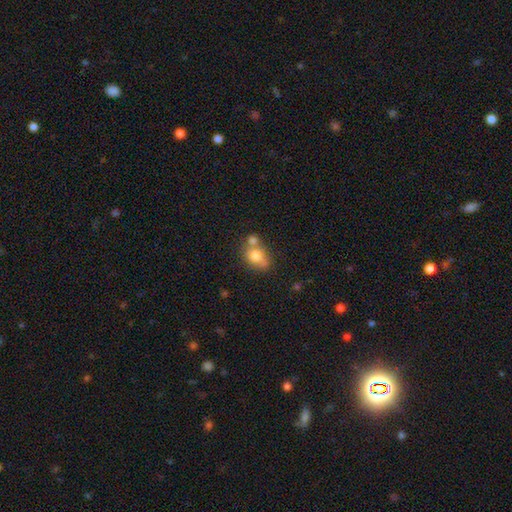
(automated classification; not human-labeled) The model was most divided on "merging": none: 43%, merger: 38%, minor disturbance: 14%, major disturbance: 5%. More confident: smooth or featured — smooth (76%); how rounded — in between (54%).